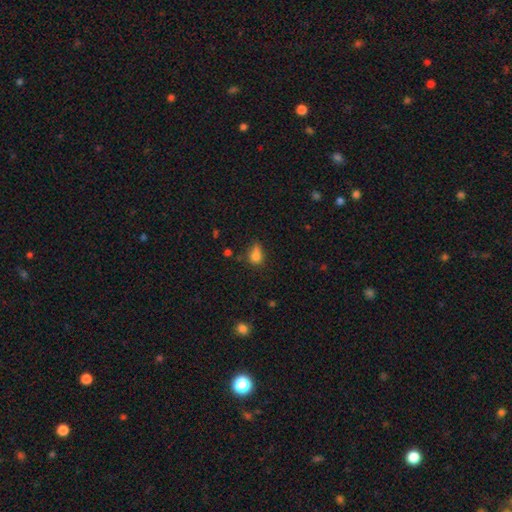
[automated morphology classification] type=smooth (77%); roundness=in between (52%); merging=none (41%).